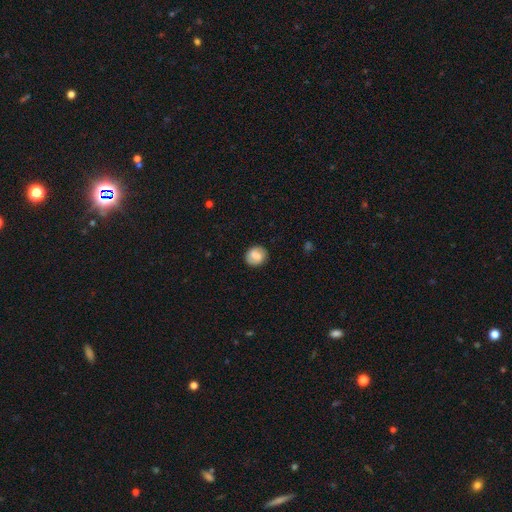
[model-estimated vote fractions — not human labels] smooth_or_featured: smooth (p=0.72) [alt: featured or disk p=0.20]
how_rounded: round (p=0.76) [alt: in between p=0.23]
merging: none (p=0.87) [alt: minor disturbance p=0.09]